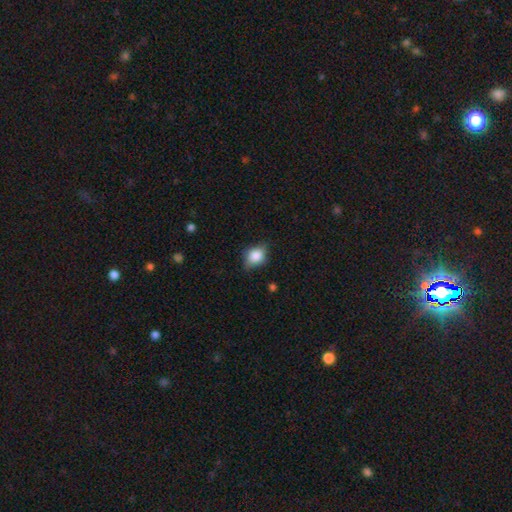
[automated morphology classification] Smooth or featured? Predicted: smooth (p=0.78). How rounded? Predicted: in between (p=0.55). Merging? Predicted: none (p=0.65).